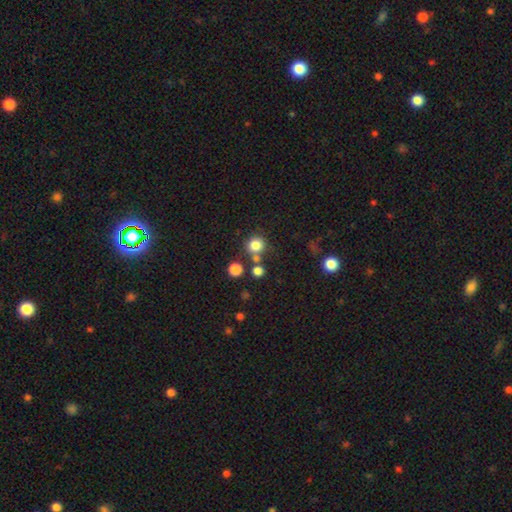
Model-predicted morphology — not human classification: The model was most divided on "smooth or featured": smooth: 66%, star or artifact: 27%, featured or disk: 7%. More confident: how rounded — round (91%); merging — none (73%).